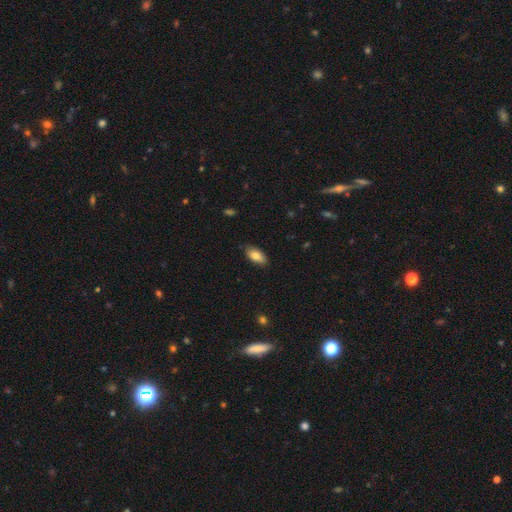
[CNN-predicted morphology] smooth-or-featured: smooth: 82% | featured or disk: 11% | star or artifact: 7%
  how-rounded: in between: 90% | cigar-shaped: 7% | round: 3%
  merging: none: 83% | minor disturbance: 13% | major disturbance: 2% | merger: 1%